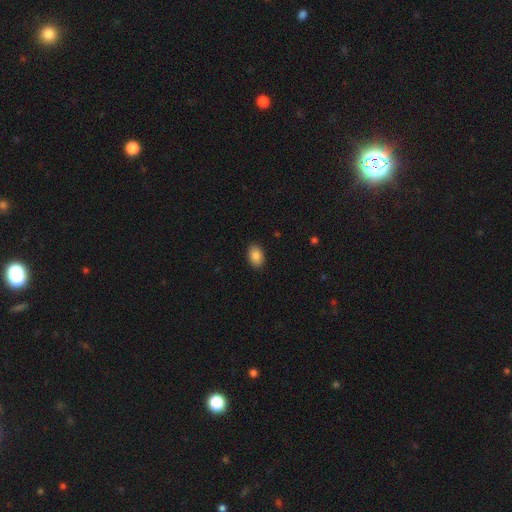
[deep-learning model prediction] A smooth galaxy with no disk features (87%) that is in between round and cigar-shaped (86%). Merging: none (90%).